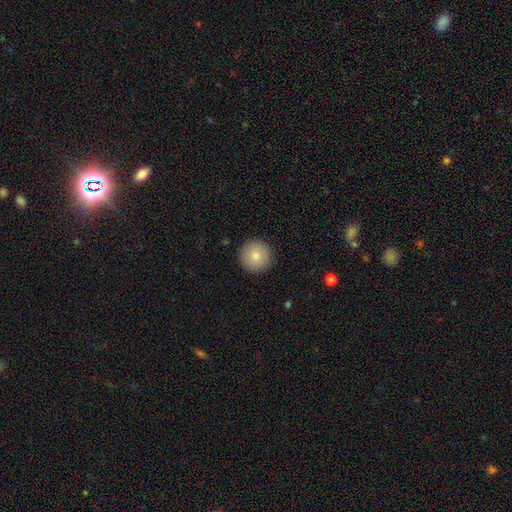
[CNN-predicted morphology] type=smooth (85%); roundness=round (96%); merging=none (92%).